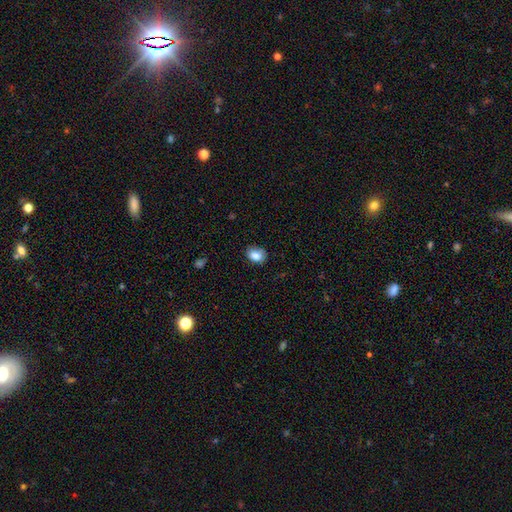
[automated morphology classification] Smooth or featured: smooth — 86% (star or artifact — 8%)
How rounded: in between — 66% (round — 33%)
Merging: none — 77% (minor disturbance — 19%)